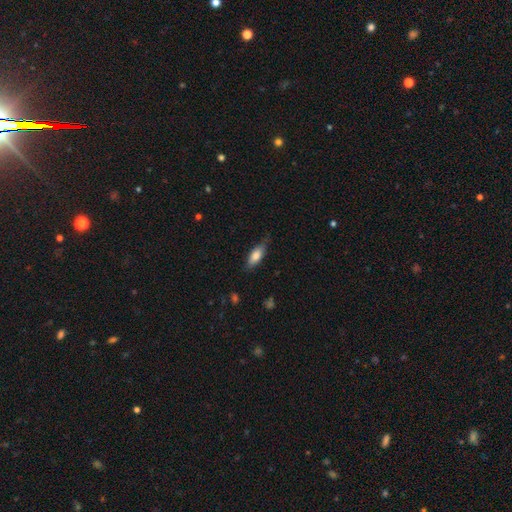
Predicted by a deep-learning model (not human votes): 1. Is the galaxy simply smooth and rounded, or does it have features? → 77% smooth, 17% featured or disk, 6% star or artifact.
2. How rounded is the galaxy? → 71% in between, 26% cigar-shaped, 2% round.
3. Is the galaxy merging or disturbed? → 75% none, 20% minor disturbance, 4% major disturbance, 1% merger.